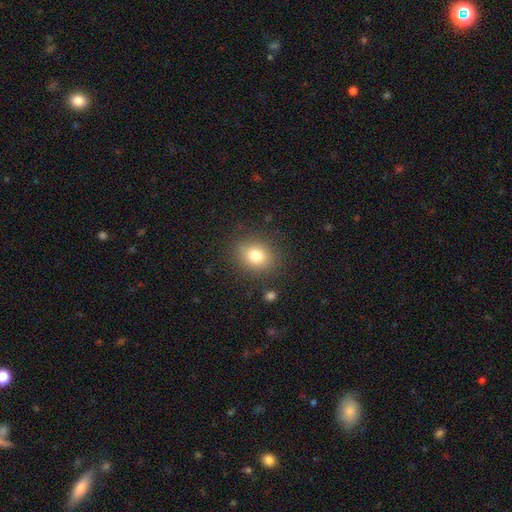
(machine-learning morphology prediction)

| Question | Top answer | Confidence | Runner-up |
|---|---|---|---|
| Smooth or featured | smooth | 78% | star or artifact (12%) |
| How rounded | round | 69% | in between (30%) |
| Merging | none | 84% | minor disturbance (10%) |